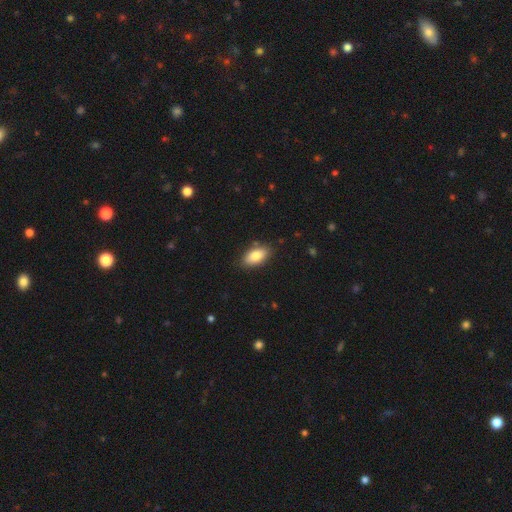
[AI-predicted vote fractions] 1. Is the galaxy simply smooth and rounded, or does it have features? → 83% smooth, 10% featured or disk, 7% star or artifact.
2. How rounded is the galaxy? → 92% in between, 4% cigar-shaped, 4% round.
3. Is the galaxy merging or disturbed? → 83% none, 13% minor disturbance, 2% major disturbance, 2% merger.